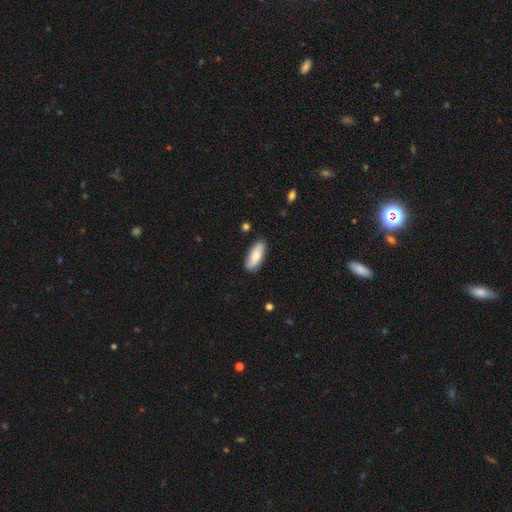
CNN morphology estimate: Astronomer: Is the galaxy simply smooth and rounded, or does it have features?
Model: smooth — 74%.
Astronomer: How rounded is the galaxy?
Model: in between — 74%.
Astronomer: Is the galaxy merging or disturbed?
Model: none — 85%.